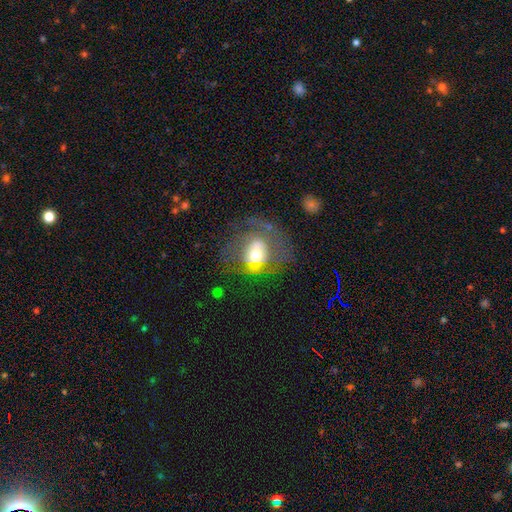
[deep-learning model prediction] This is possibly a featured or disk galaxy (55%). It is clearly not viewed edge-on (95%). Bar: likely no (60%). Spiral arm pattern: possibly no (53%). Central bulge: likely moderate (63%). Merging: marginally none (43%).